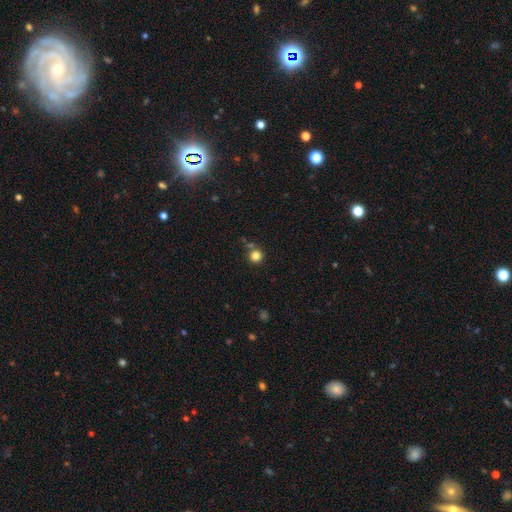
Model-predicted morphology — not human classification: The model was most divided on "merging": none: 76%, minor disturbance: 10%, merger: 10%, major disturbance: 4%. More confident: how rounded — round (94%); smooth or featured — smooth (82%).